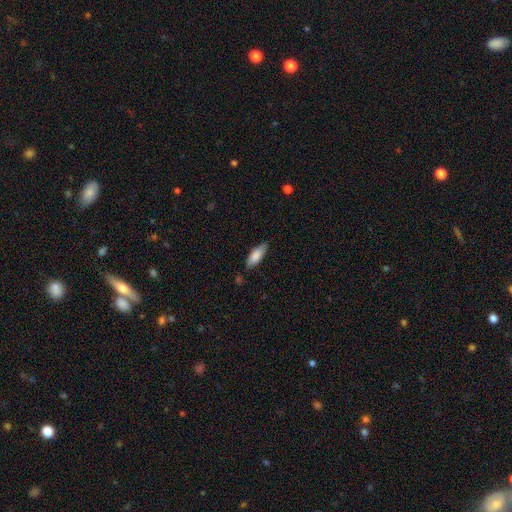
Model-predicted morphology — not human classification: smooth 81%, featured or disk 13%, star or artifact 6%. Down the decision tree: how rounded — in between (65%); merging — none (75%).